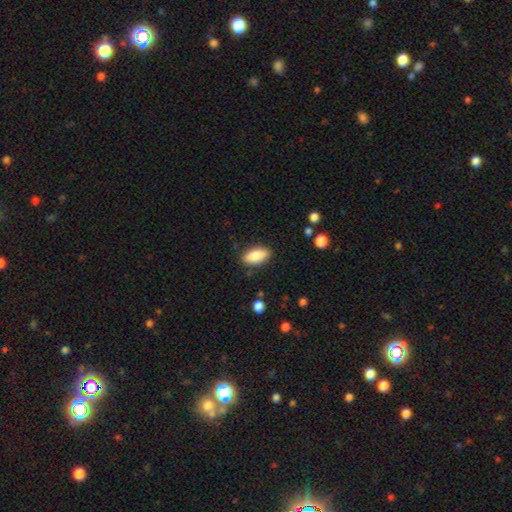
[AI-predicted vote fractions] A smooth galaxy with no disk features (85%) that is in between round and cigar-shaped (89%).

Vote fractions:
- Smooth or featured? smooth: 85% / featured or disk: 8% / star or artifact: 7%
- How rounded? in between: 89% / cigar-shaped: 8% / round: 3%
- Merging? none: 85% / minor disturbance: 11% / major disturbance: 3% / merger: 2%